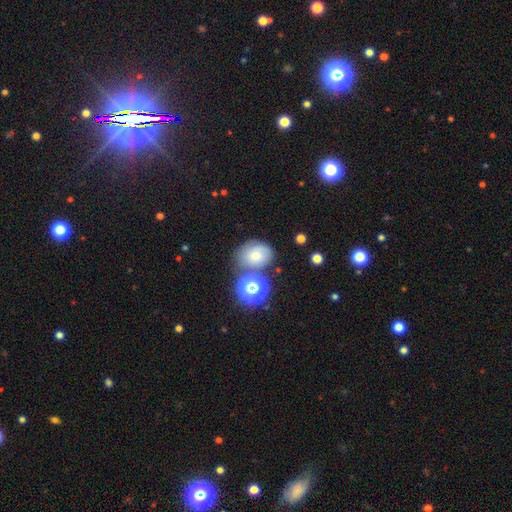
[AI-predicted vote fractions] smooth_or_featured: smooth (p=0.67) [alt: featured or disk p=0.18]
how_rounded: in between (p=0.51) [alt: round p=0.48]
merging: none (p=0.57) [alt: minor disturbance p=0.19]